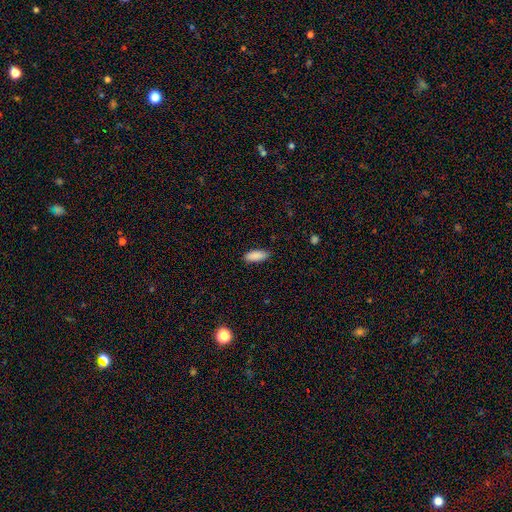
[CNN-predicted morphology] smooth_or_featured: smooth (p=0.89) [alt: star or artifact p=0.07]
how_rounded: in between (p=0.77) [alt: cigar-shaped p=0.22]
merging: none (p=0.87) [alt: minor disturbance p=0.10]